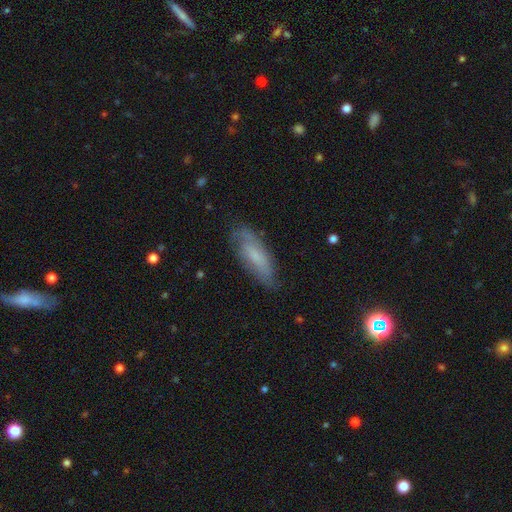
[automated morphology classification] smooth-or-featured: smooth: 53% | featured or disk: 39% | star or artifact: 8%
  how-rounded: in between: 57% | cigar-shaped: 41% | round: 2%
  merging: none: 73% | minor disturbance: 20% | major disturbance: 6% | merger: 1%